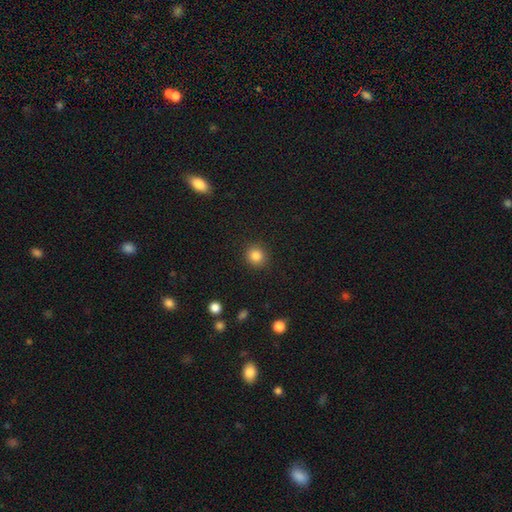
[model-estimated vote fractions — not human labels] Overall: smooth (85%). How rounded: round (87%). Merging: none (90%).